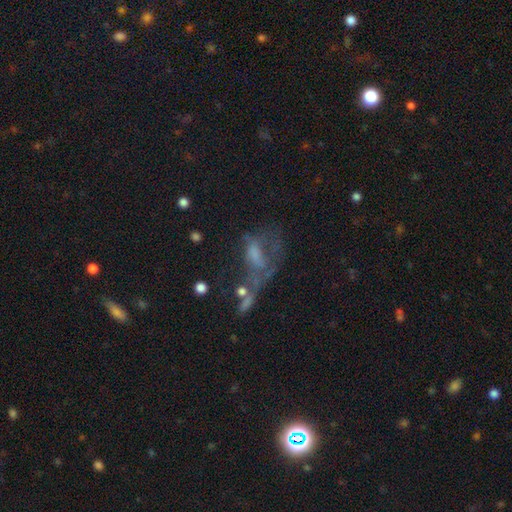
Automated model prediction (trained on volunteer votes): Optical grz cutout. It shows a featured or disk galaxy (48%). Merging: major disturbance (46%).